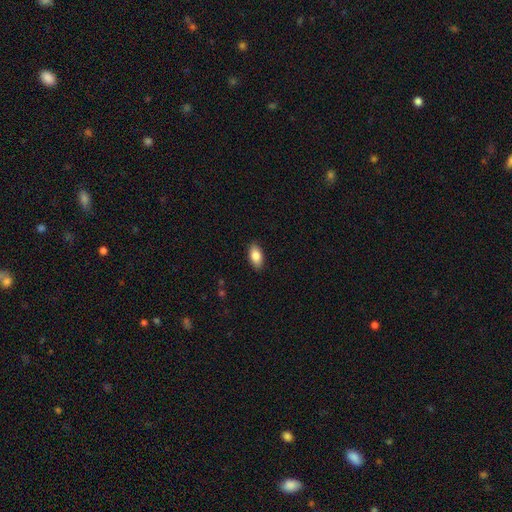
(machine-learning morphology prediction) This appears to be a smooth galaxy with no disk features (85%) that is in between round and cigar-shaped (92%). Merging: none (88%).